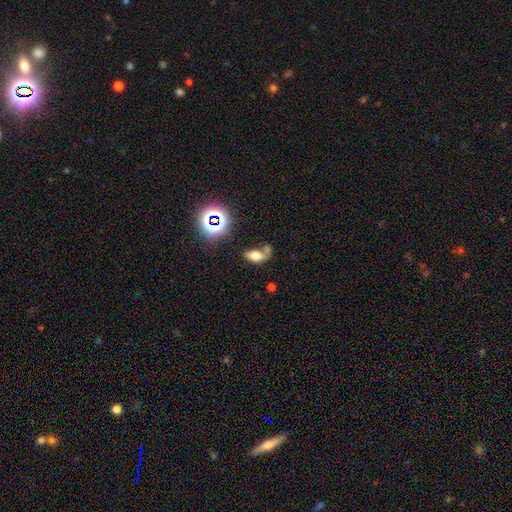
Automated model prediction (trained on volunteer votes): This is likely a smooth galaxy (65%). How rounded: clearly in between (83%). Merging: marginally none (40%).